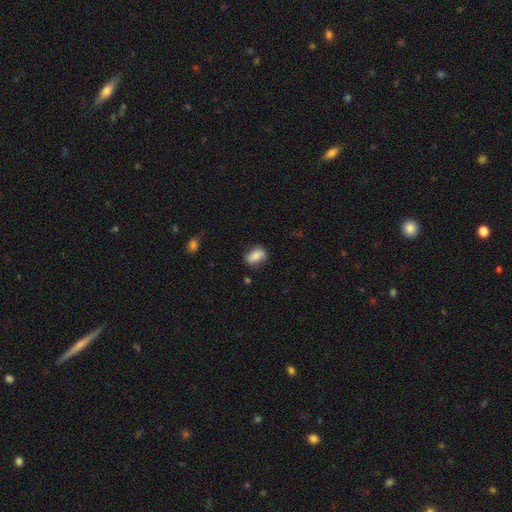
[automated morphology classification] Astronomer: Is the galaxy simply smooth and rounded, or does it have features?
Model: smooth — 82%.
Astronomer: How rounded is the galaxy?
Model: in between — 84%.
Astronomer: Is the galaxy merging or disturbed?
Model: none — 72%.